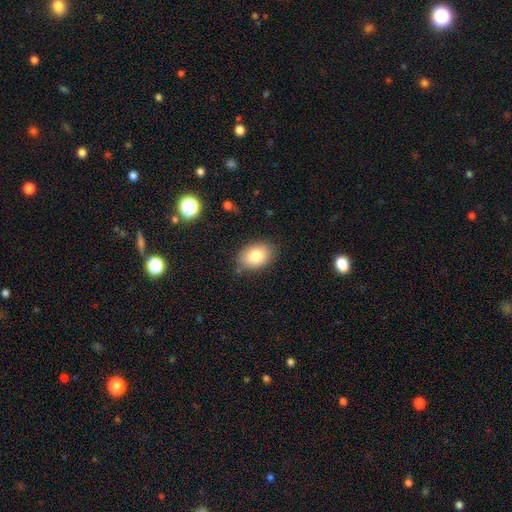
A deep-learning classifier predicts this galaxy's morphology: A smooth galaxy with no disk features (83%) that is in between round and cigar-shaped (82%).

Vote fractions:
- Smooth or featured? smooth: 83% / featured or disk: 9% / star or artifact: 8%
- How rounded? in between: 82% / round: 17% / cigar-shaped: 1%
- Merging? none: 80% / minor disturbance: 15% / major disturbance: 3% / merger: 2%